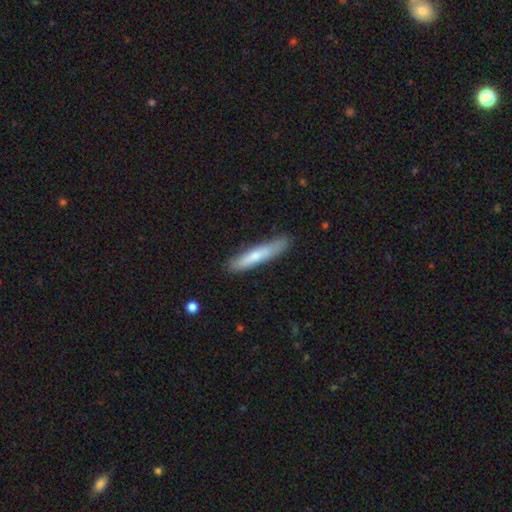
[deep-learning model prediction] Smooth or featured? Predicted: smooth (p=0.69). How rounded? Predicted: cigar-shaped (p=0.90). Merging? Predicted: none (p=0.83).